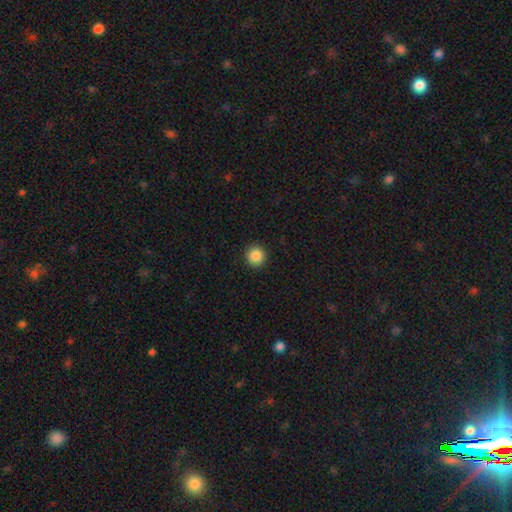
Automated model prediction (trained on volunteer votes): Smooth or featured?
  - smooth: 88% *
  - star or artifact: 9%
  - featured or disk: 3%
How rounded?
  - round: 95% *
  - in between: 4%
  - cigar-shaped: 1%
Merging?
  - none: 93% *
  - minor disturbance: 5%
  - major disturbance: 2%
  - merger: 1%